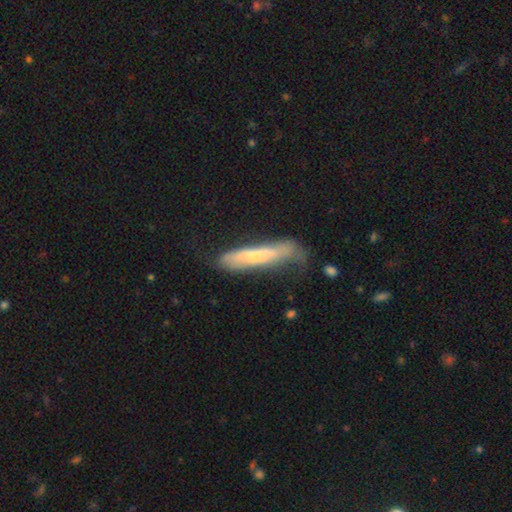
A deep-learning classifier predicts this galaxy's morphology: This is possibly a smooth galaxy (58%). How rounded: clearly cigar-shaped (87%). Merging: possibly none (47%).